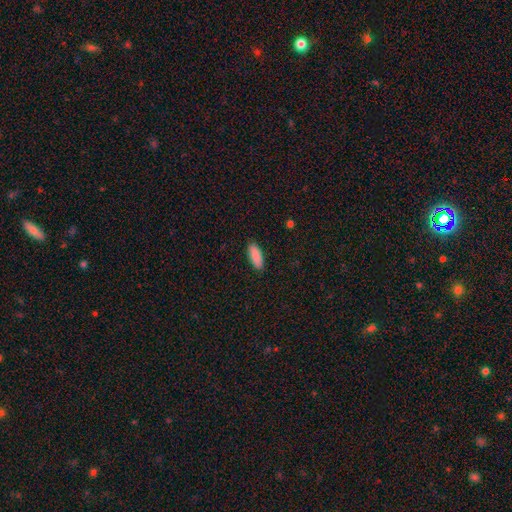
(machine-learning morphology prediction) This is clearly a smooth galaxy (89%). How rounded: likely in between (72%). Merging: clearly none (89%).